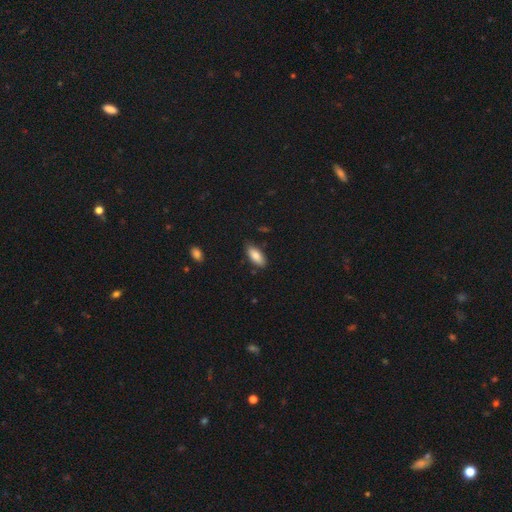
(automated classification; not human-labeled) Smooth or featured: smooth — 84% (featured or disk — 9%)
How rounded: in between — 82% (cigar-shaped — 16%)
Merging: none — 83% (minor disturbance — 13%)